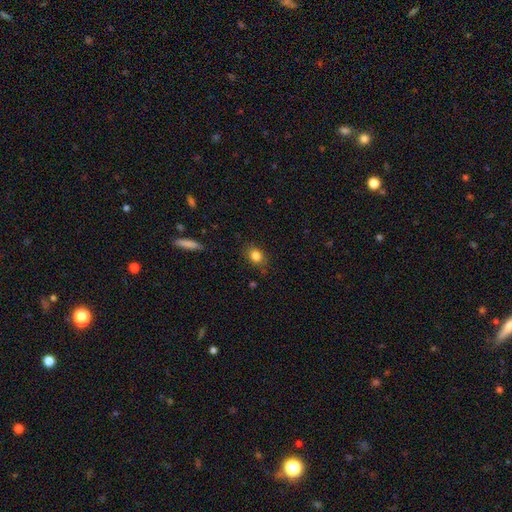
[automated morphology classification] A smooth galaxy with no disk features (83%) that is in between round and cigar-shaped (58%).

Vote fractions:
- Smooth or featured? smooth: 83% / star or artifact: 10% / featured or disk: 7%
- How rounded? in between: 58% / round: 40% / cigar-shaped: 2%
- Merging? none: 79% / minor disturbance: 16% / major disturbance: 4% / merger: 2%